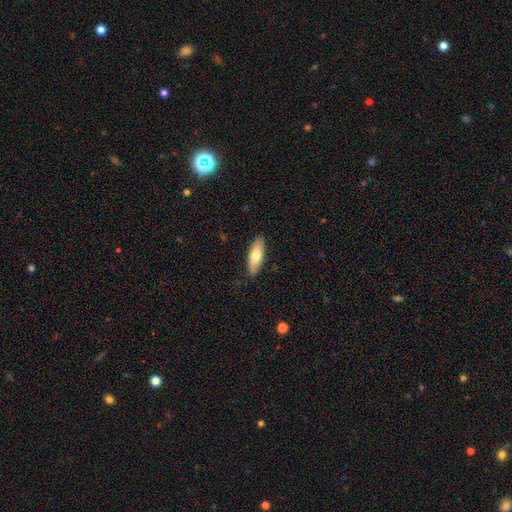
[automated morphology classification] type=smooth (72%); roundness=in between (63%); merging=none (87%).